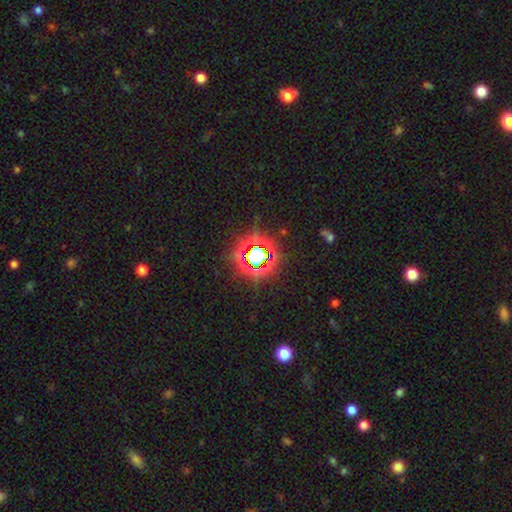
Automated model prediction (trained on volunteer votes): smooth-or-featured: star or artifact: 77% | smooth: 14% | featured or disk: 9%